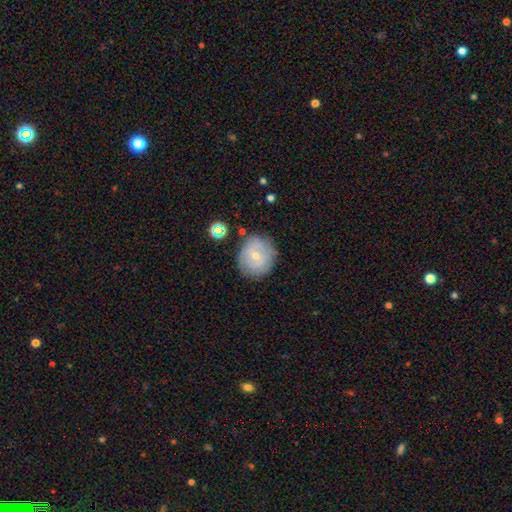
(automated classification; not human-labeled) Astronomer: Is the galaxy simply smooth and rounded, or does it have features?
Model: smooth — 51% (runner-up: featured or disk, 40%).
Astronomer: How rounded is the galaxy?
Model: round — 76%.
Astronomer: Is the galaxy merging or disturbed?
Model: none — 77%.